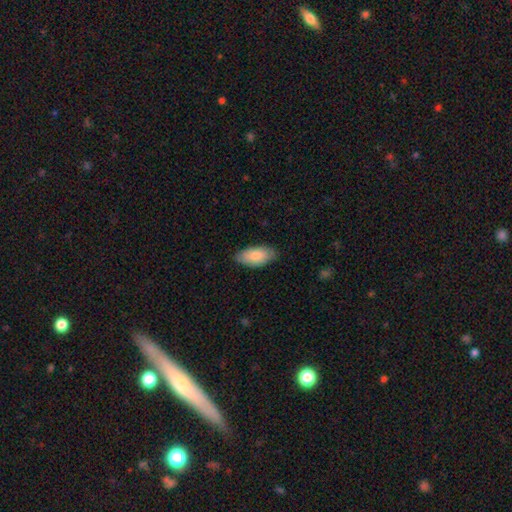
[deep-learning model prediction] Overall: smooth (84%). How rounded: in between (92%). Merging: none (81%).